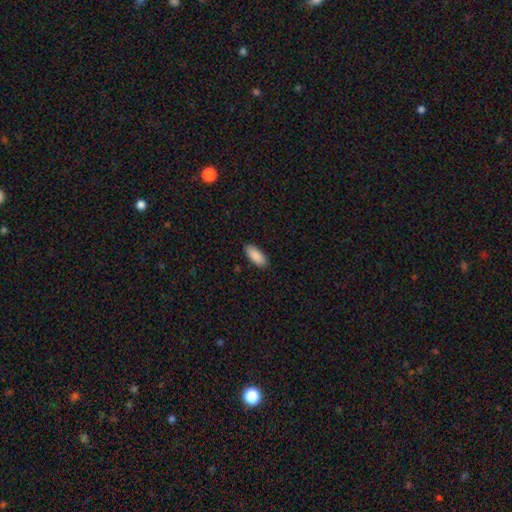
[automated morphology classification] smooth_or_featured: smooth (p=0.90) [alt: star or artifact p=0.06]
how_rounded: in between (p=0.87) [alt: cigar-shaped p=0.12]
merging: none (p=0.88) [alt: minor disturbance p=0.09]